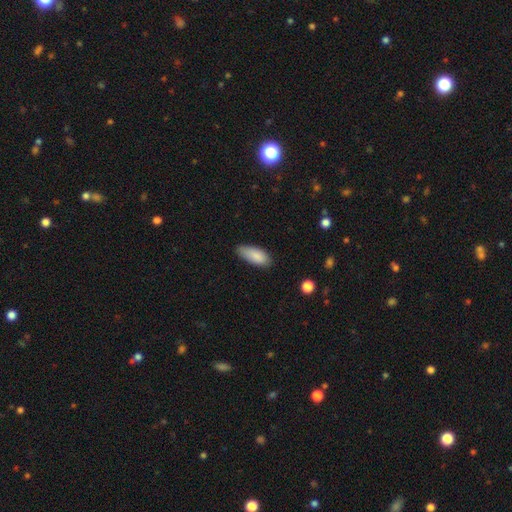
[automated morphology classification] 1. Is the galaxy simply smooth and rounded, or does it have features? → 87% smooth, 7% featured or disk, 6% star or artifact.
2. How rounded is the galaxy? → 81% in between, 17% cigar-shaped, 2% round.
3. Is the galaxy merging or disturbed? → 73% none, 22% minor disturbance, 3% major disturbance, 1% merger.